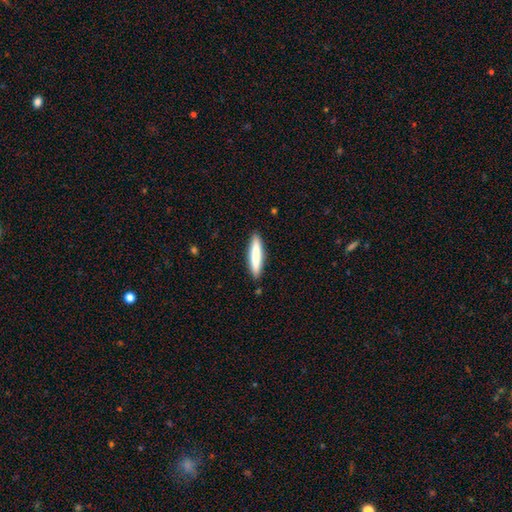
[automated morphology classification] smooth_or_featured: smooth (p=0.78) [alt: featured or disk p=0.16]
how_rounded: cigar-shaped (p=0.87) [alt: in between p=0.12]
merging: none (p=0.89) [alt: minor disturbance p=0.08]